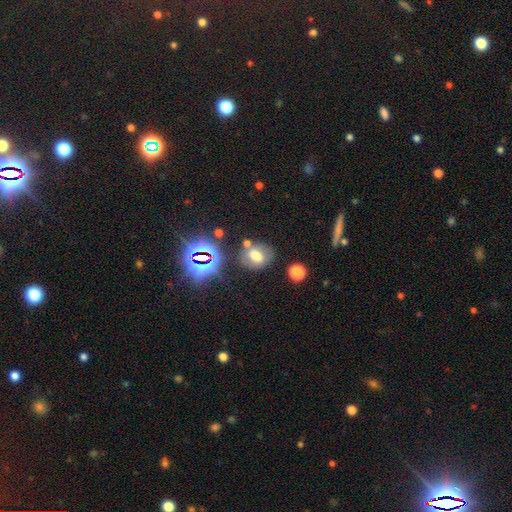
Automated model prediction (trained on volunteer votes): smooth_or_featured: smooth (p=0.57) [alt: featured or disk p=0.24]
how_rounded: in between (p=0.52) [alt: round p=0.47]
merging: none (p=0.66) [alt: minor disturbance p=0.17]